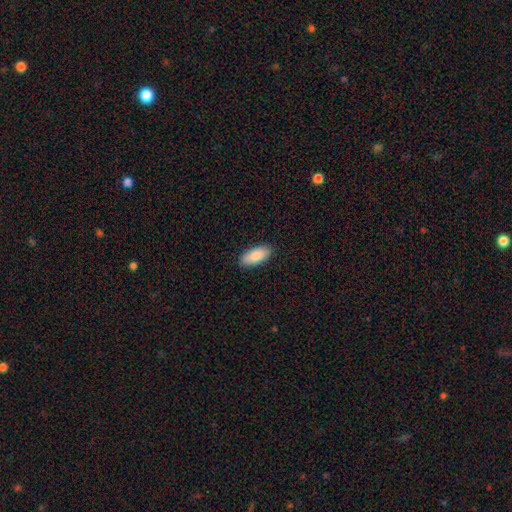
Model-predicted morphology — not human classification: This appears to be a smooth galaxy with no disk features (88%) that is in between round and cigar-shaped (87%). Merging: none (89%).